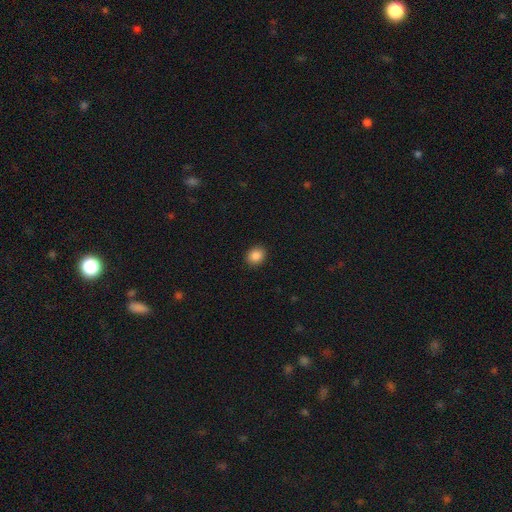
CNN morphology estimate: Overall: smooth (87%). How rounded: round (63%; in between 36%). Merging: none (91%).